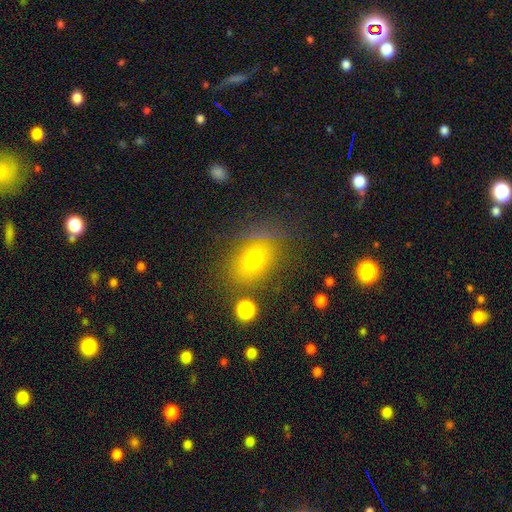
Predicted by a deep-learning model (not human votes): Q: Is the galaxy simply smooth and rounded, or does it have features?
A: smooth — 59%.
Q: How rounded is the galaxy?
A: in between — 64%.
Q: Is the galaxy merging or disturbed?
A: none — 73%.